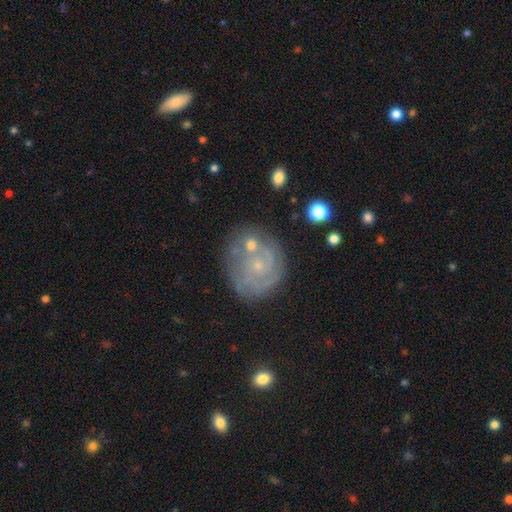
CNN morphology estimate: Smooth or featured? Predicted: featured or disk (p=0.73). Edge-on disk? Predicted: no (p=0.97). Bar? Predicted: no (p=0.77). Spiral arms? Predicted: yes (p=0.89). Spiral winding? Predicted: tight (p=0.67). Spiral arm count? Predicted: can't tell (p=0.39). Bulge size? Predicted: small (p=0.79). Merging? Predicted: none (p=0.67).